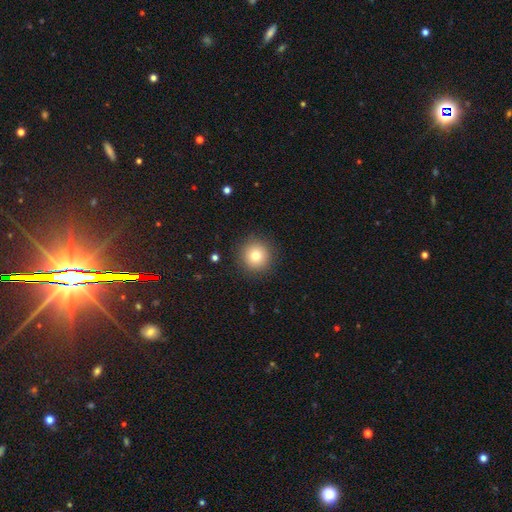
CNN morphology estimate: Smooth or featured: smooth — 78% (star or artifact — 12%)
How rounded: round — 95% (in between — 4%)
Merging: none — 91% (minor disturbance — 6%)